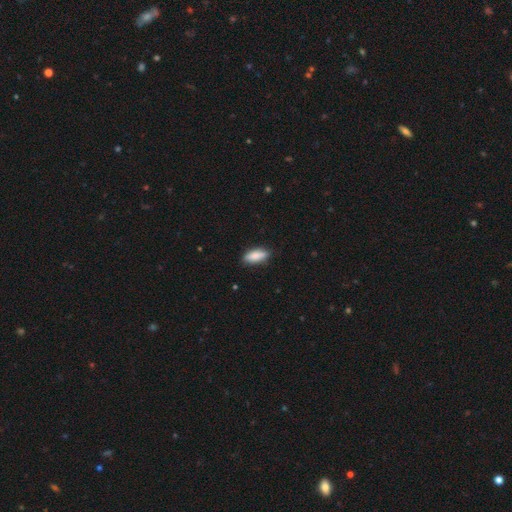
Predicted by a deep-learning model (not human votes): A smooth galaxy with no disk features (83%) that is in between round and cigar-shaped (71%). Merging: none (83%).